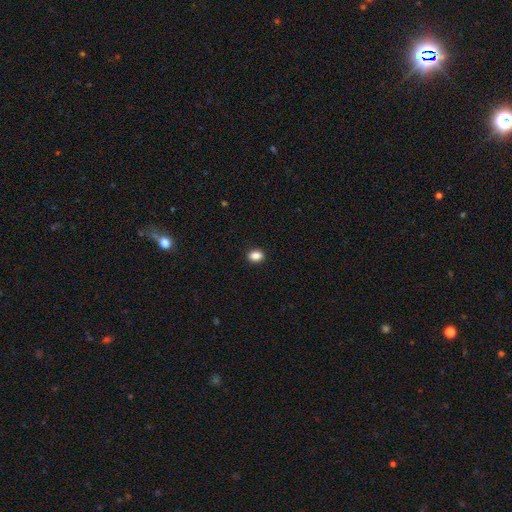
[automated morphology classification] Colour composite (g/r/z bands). It shows a smooth galaxy with no disk features (88%) that is in between round and cigar-shaped (68%). Merging: none (91%).